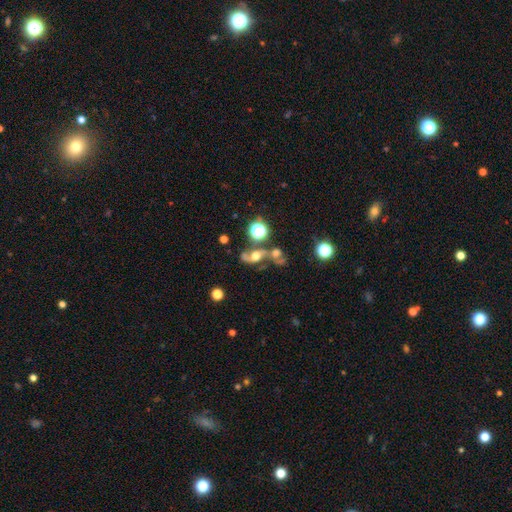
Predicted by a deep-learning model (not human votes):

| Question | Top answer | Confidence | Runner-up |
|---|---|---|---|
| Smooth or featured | featured or disk | 61% | smooth (23%) |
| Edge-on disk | no | 93% | yes (7%) |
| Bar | no | 66% | weak (25%) |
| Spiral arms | yes | 82% | no (18%) |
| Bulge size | moderate | 51% | large (29%) |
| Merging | merger | 37% | none (35%) |